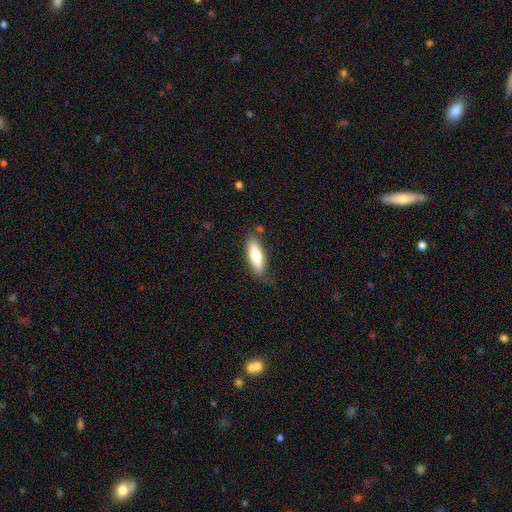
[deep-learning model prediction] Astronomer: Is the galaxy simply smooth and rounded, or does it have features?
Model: smooth — 71%.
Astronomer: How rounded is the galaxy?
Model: in between — 50% (runner-up: cigar-shaped, 48%).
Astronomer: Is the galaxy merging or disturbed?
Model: none — 79%.